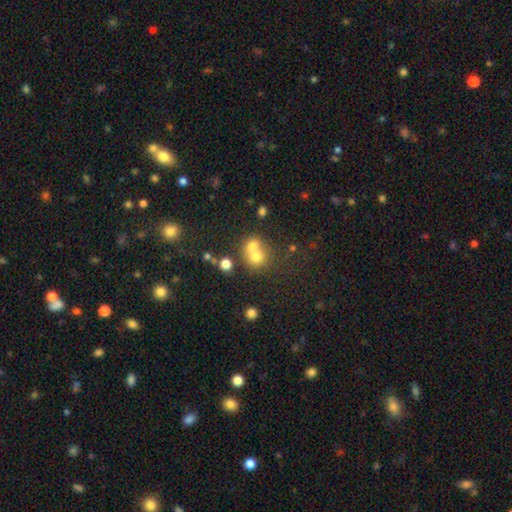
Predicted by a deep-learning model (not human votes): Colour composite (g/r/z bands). It shows a smooth galaxy with no disk features (68%) that is round (74%). Merging: merger (61%).